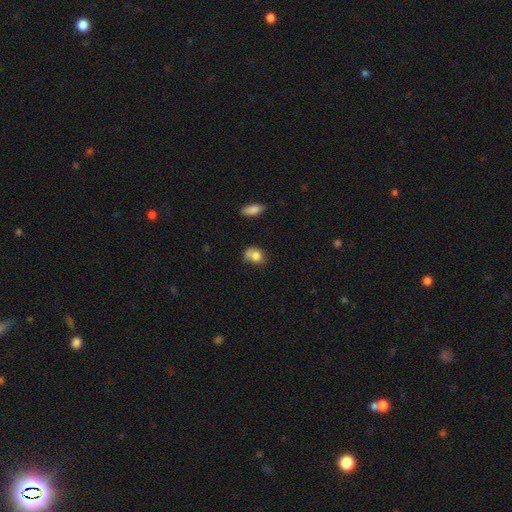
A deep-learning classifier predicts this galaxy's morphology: type=smooth (79%); roundness=in between (63%); merging=none (44%).